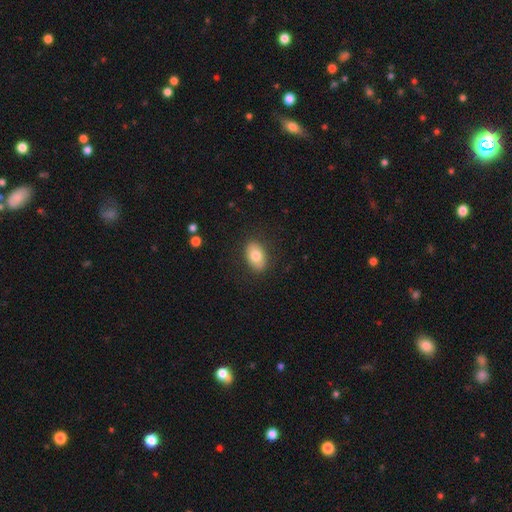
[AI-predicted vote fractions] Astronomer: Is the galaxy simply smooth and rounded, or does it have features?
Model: smooth — 78%.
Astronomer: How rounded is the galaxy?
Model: in between — 88%.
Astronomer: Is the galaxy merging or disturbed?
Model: none — 86%.